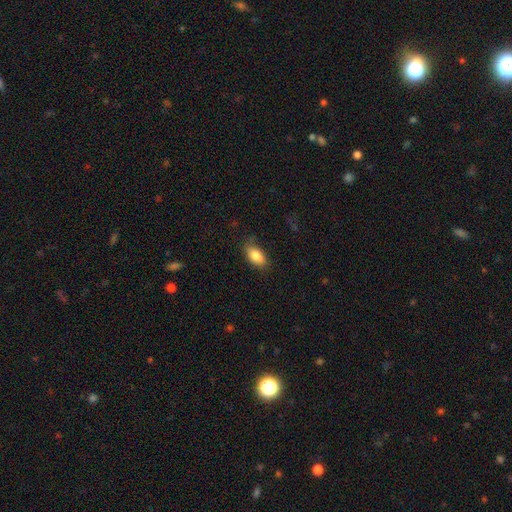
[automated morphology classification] Smooth or featured?
  - smooth: 85% *
  - featured or disk: 8%
  - star or artifact: 7%
How rounded?
  - in between: 91% *
  - cigar-shaped: 5%
  - round: 4%
Merging?
  - none: 78% *
  - minor disturbance: 17%
  - major disturbance: 4%
  - merger: 1%